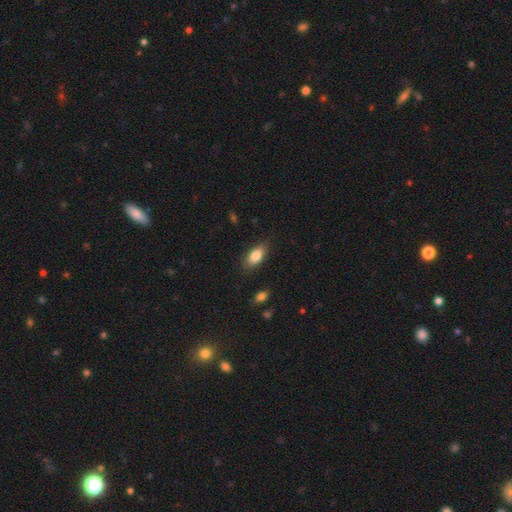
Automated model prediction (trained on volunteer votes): A smooth galaxy with no disk features (84%) that is in between round and cigar-shaped (87%).

Vote fractions:
- Smooth or featured? smooth: 84% / featured or disk: 9% / star or artifact: 7%
- How rounded? in between: 87% / cigar-shaped: 9% / round: 4%
- Merging? none: 83% / minor disturbance: 13% / major disturbance: 3% / merger: 1%